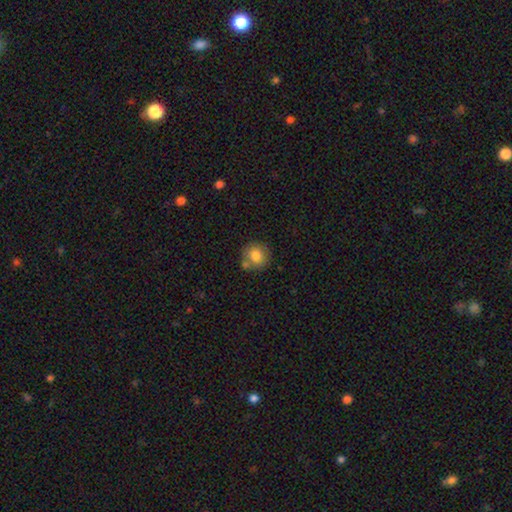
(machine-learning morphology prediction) smooth-or-featured: smooth: 79% | featured or disk: 11% | star or artifact: 9%
  how-rounded: round: 90% | in between: 9% | cigar-shaped: 1%
  merging: none: 69% | merger: 15% | minor disturbance: 12% | major disturbance: 3%